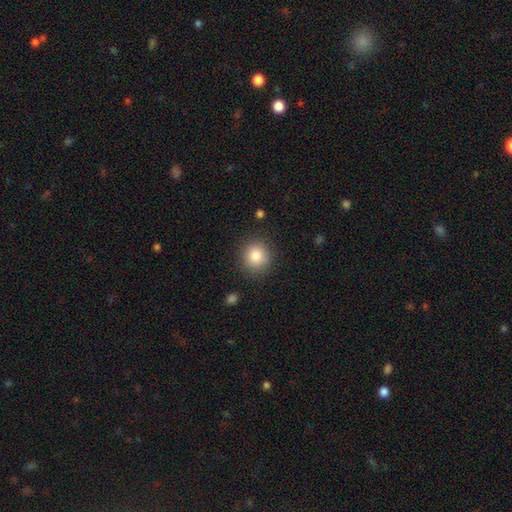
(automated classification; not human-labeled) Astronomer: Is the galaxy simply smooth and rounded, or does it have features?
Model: smooth — 85%.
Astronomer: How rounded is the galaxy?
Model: round — 88%.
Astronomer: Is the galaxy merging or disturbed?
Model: none — 86%.